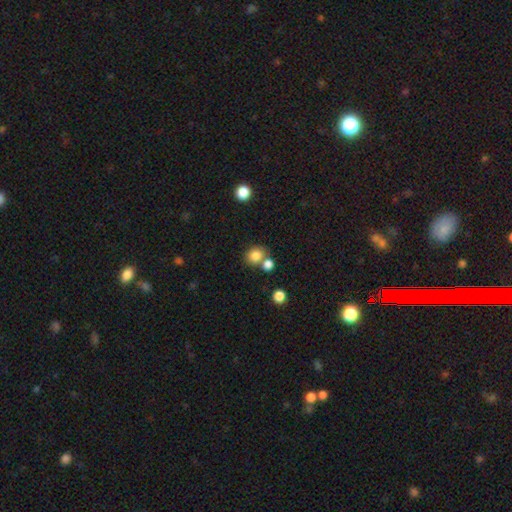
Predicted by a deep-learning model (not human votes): smooth_or_featured: smooth (p=0.82) [alt: star or artifact p=0.11]
how_rounded: round (p=0.64) [alt: in between p=0.35]
merging: none (p=0.55) [alt: merger p=0.30]